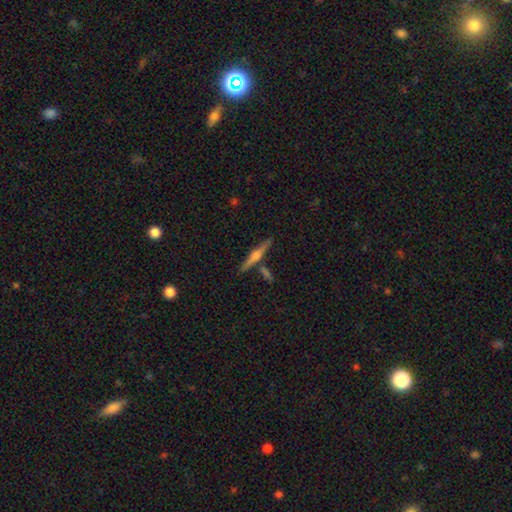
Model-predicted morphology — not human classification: This is likely a featured or disk galaxy (71%). It is clearly viewed edge-on (98%). Edge-on bulge: clearly rounded (89%). Merging: clearly none (81%).